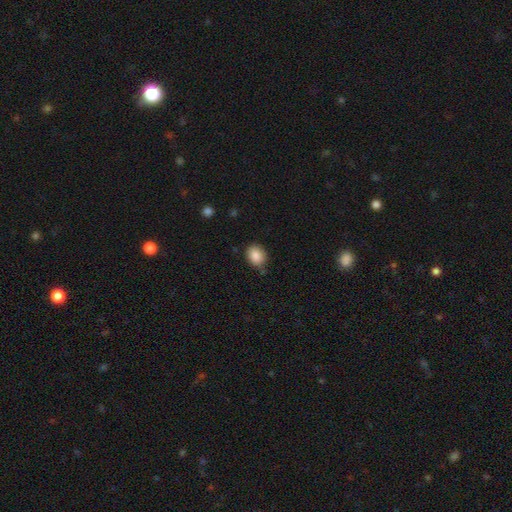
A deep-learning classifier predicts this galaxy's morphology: smooth 87%, star or artifact 8%, featured or disk 5%. Down the decision tree: how rounded — in between (55%); merging — none (78%).